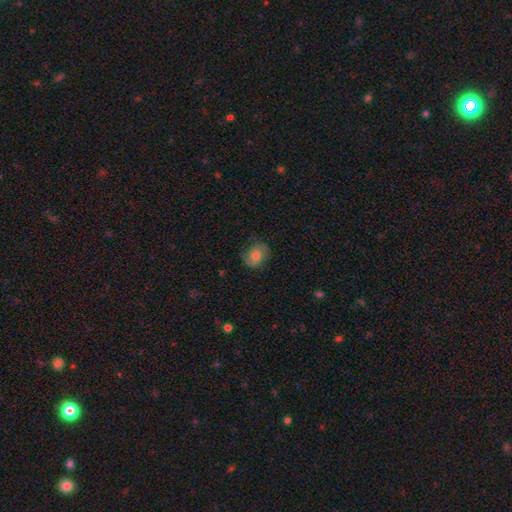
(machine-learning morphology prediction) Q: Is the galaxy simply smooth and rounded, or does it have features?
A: smooth — 58%.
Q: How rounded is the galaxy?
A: round — 56%.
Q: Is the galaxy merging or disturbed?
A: none — 68%.